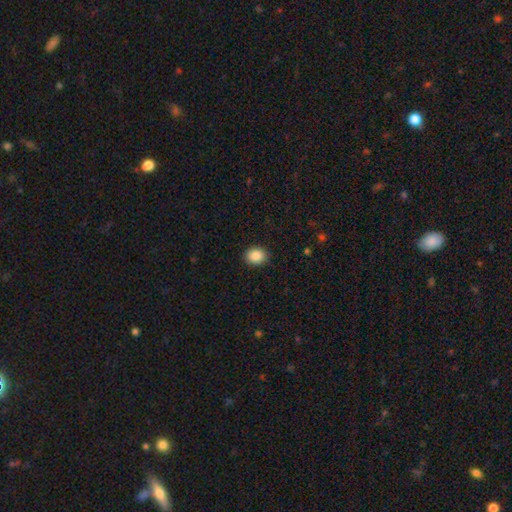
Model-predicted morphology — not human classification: A smooth galaxy with no disk features (88%) that is round (56%). Merging: none (91%).